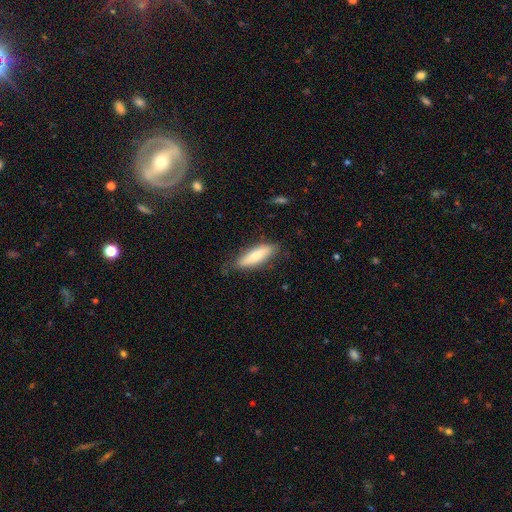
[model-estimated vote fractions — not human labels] Smooth or featured? Predicted: smooth (p=0.71). How rounded? Predicted: cigar-shaped (p=0.57). Merging? Predicted: none (p=0.75).